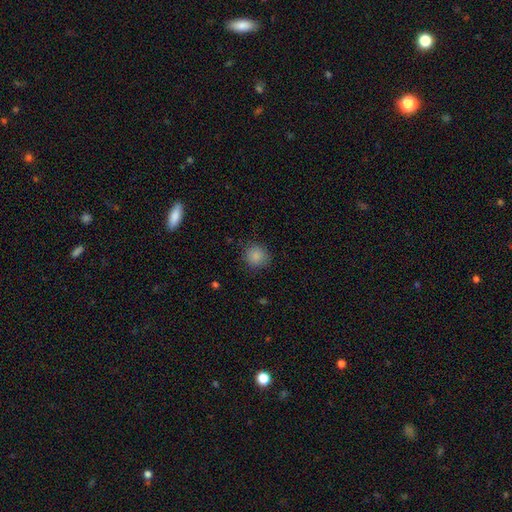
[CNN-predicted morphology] smooth 86%, star or artifact 10%, featured or disk 4%. Down the decision tree: how rounded — round (87%); merging — none (86%).